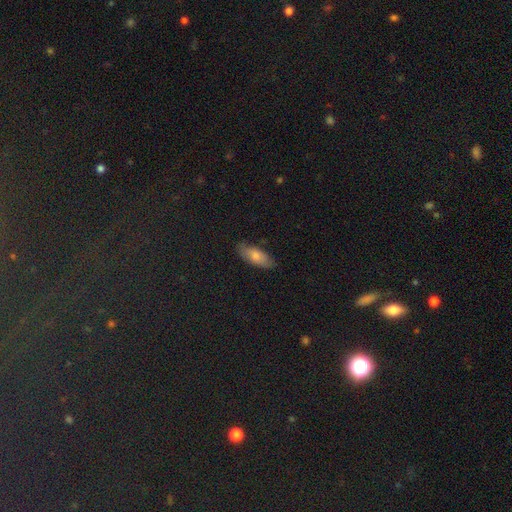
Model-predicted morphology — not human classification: Smooth or featured? smooth (76%)
How rounded? in between (79%)
Merging? none (77%)